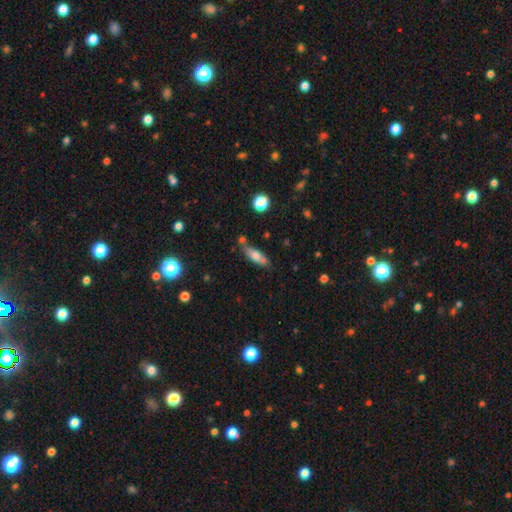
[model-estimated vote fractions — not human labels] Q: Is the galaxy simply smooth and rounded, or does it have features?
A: smooth — 64%.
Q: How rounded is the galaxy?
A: in between — 52%.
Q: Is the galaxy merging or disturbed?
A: none — 66%.